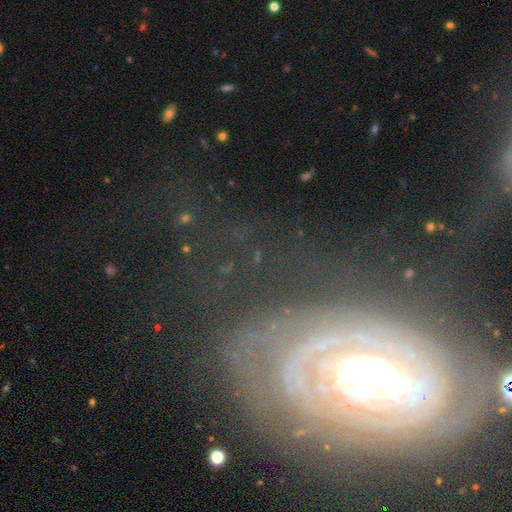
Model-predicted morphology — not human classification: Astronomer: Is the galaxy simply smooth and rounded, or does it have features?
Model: featured or disk — 66%.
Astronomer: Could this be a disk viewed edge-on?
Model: no — 89%.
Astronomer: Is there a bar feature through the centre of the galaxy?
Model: no — 59%.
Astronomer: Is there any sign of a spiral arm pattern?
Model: yes — 77%.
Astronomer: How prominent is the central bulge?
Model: moderate — 43% (runner-up: small, 35%).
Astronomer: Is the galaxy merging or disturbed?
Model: none — 64%.